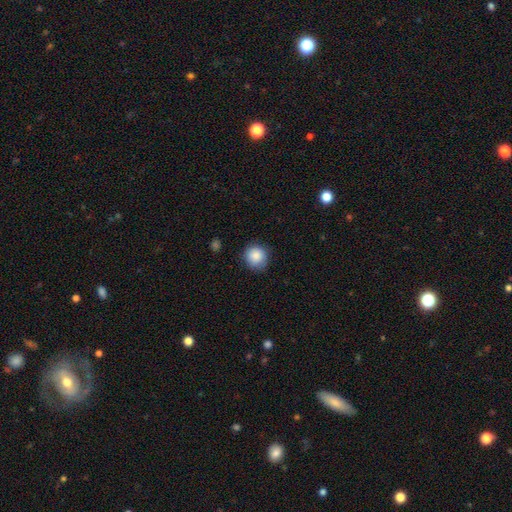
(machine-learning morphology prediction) Smooth or featured? Predicted: smooth (p=0.87). How rounded? Predicted: round (p=0.89). Merging? Predicted: none (p=0.82).